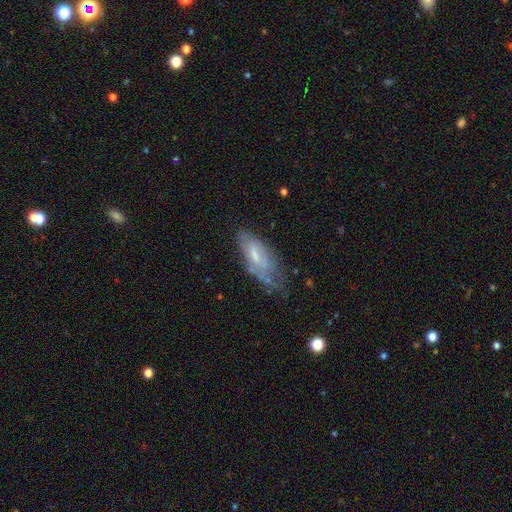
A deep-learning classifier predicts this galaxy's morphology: This appears to be a featured or disk galaxy (51%). Merging: none (47%).